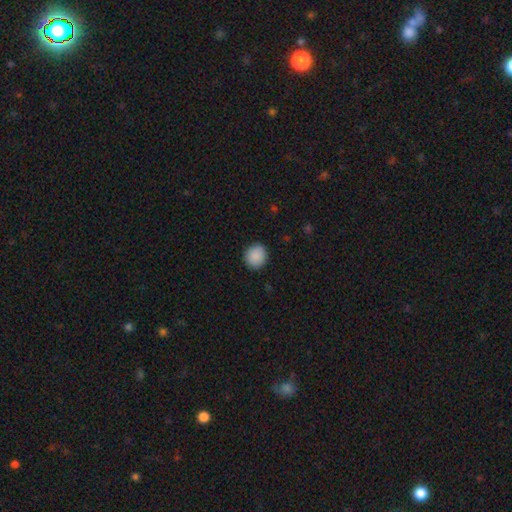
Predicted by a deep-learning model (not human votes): Overall: smooth (90%). How rounded: round (88%). Merging: none (90%).